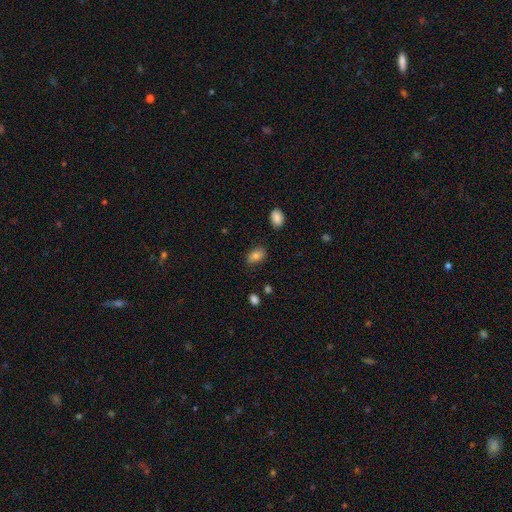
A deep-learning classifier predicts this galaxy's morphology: A smooth galaxy with no disk features (79%) that is in between round and cigar-shaped (87%).

Vote fractions:
- Smooth or featured? smooth: 79% / featured or disk: 11% / star or artifact: 9%
- How rounded? in between: 87% / round: 11% / cigar-shaped: 2%
- Merging? none: 76% / minor disturbance: 18% / major disturbance: 4% / merger: 2%